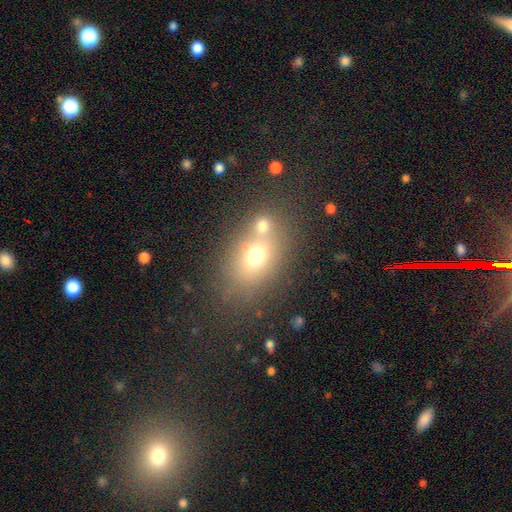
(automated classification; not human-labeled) smooth 66%, featured or disk 19%, star or artifact 15%. Down the decision tree: how rounded — in between (67%); merging — none (50%).